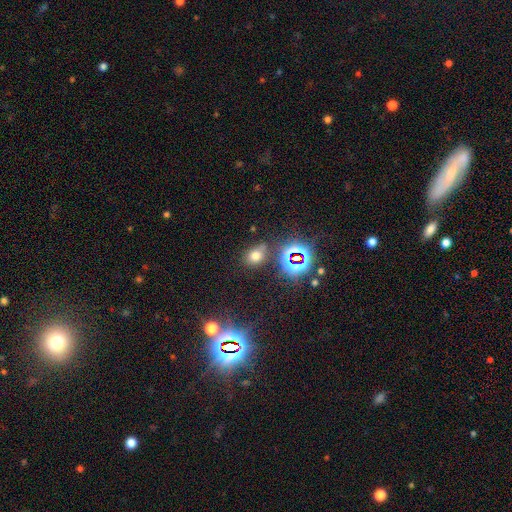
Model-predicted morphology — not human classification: smooth_or_featured: smooth (p=0.61) [alt: star or artifact p=0.30]
how_rounded: in between (p=0.56) [alt: round p=0.43]
merging: none (p=0.72) [alt: minor disturbance p=0.14]